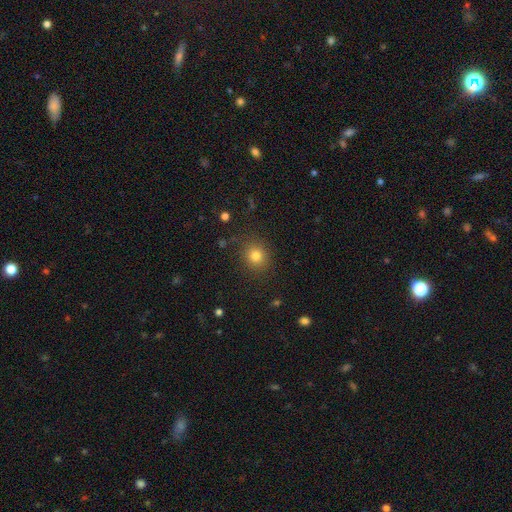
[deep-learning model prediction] Smooth or featured?
  - smooth: 80% *
  - star or artifact: 14%
  - featured or disk: 7%
How rounded?
  - round: 83% *
  - in between: 16%
  - cigar-shaped: 1%
Merging?
  - none: 86% *
  - minor disturbance: 9%
  - major disturbance: 3%
  - merger: 1%